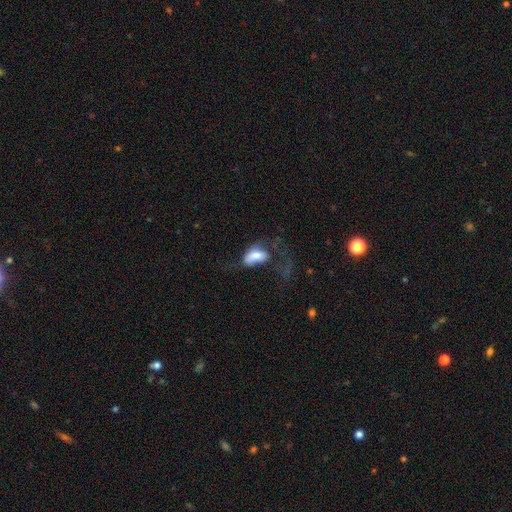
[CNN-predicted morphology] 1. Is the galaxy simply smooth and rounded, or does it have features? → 65% smooth, 27% featured or disk, 8% star or artifact.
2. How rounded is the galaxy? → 90% in between, 5% round, 5% cigar-shaped.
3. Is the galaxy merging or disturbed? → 60% major disturbance, 18% none, 16% minor disturbance, 6% merger.